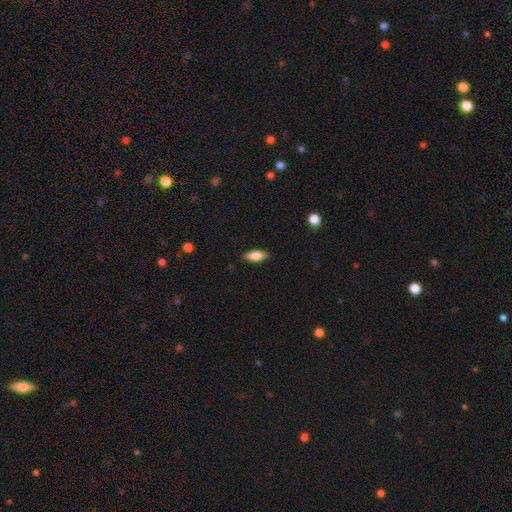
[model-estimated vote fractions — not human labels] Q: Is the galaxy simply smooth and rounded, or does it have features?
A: smooth — 78%.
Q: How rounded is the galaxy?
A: in between — 81%.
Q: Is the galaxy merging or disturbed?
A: none — 86%.